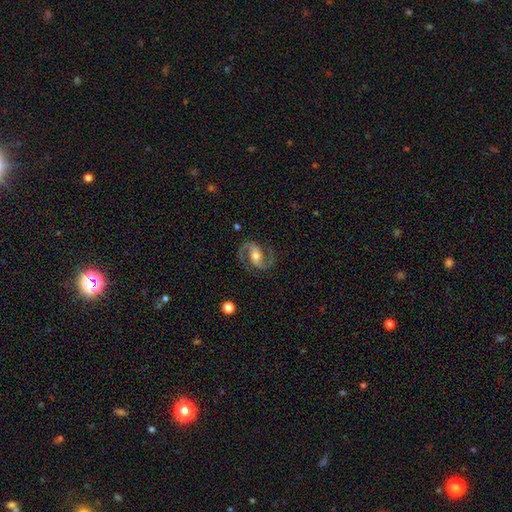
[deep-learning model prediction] Smooth or featured?
  - featured or disk: 92% *
  - star or artifact: 4%
  - smooth: 4%
Edge-on disk?
  - no: 98% *
  - yes: 2%
Bar?
  - weak: 38% *
  - no: 33%
  - strong: 29%
Spiral arms?
  - yes: 98% *
  - no: 2%
Spiral winding?
  - medium: 65% *
  - loose: 19%
  - tight: 16%
Spiral arm count?
  - 2: 94% *
  - can't tell: 1%
  - 1: 1%
  - 3: 1%
  - 4: 1%
  - more than 4: 1%
Bulge size?
  - moderate: 67% *
  - small: 21%
  - large: 9%
  - none: 2%
  - dominant: 1%
Merging?
  - none: 83% *
  - minor disturbance: 11%
  - major disturbance: 5%
  - merger: 1%